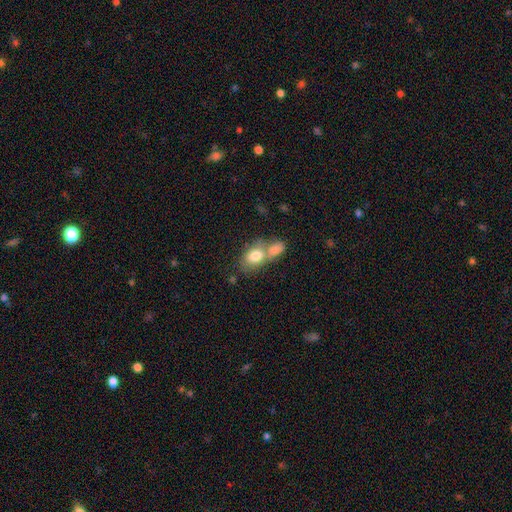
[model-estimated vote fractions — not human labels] Overall: smooth (78%). How rounded: in between (79%). Merging: merger (61%; none 26%).